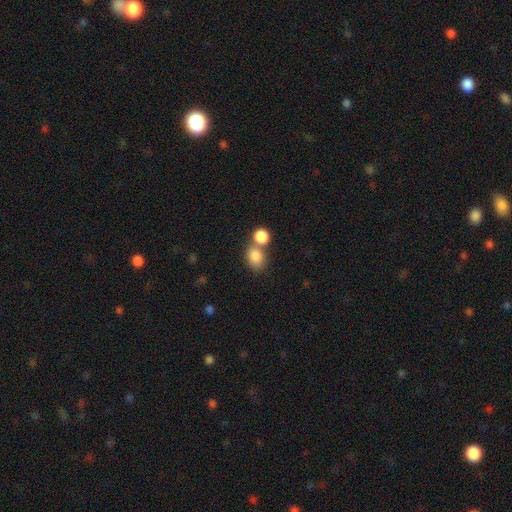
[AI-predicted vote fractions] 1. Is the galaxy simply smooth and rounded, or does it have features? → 84% smooth, 9% star or artifact, 7% featured or disk.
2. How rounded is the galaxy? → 51% in between, 48% round, 1% cigar-shaped.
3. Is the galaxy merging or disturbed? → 50% merger, 38% none, 9% minor disturbance, 4% major disturbance.